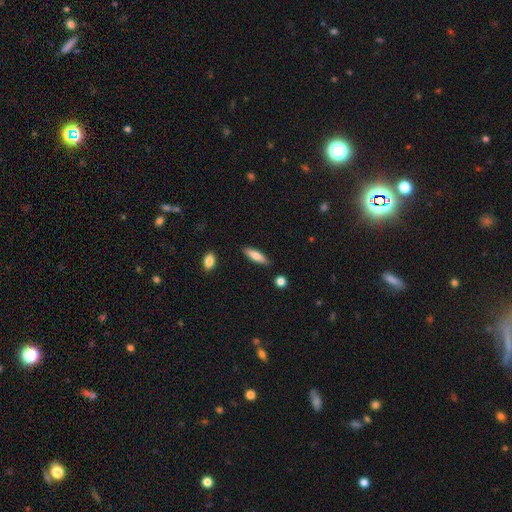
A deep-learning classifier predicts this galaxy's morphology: Overall: smooth (75%). How rounded: cigar-shaped (61%; in between 37%). Merging: none (86%).